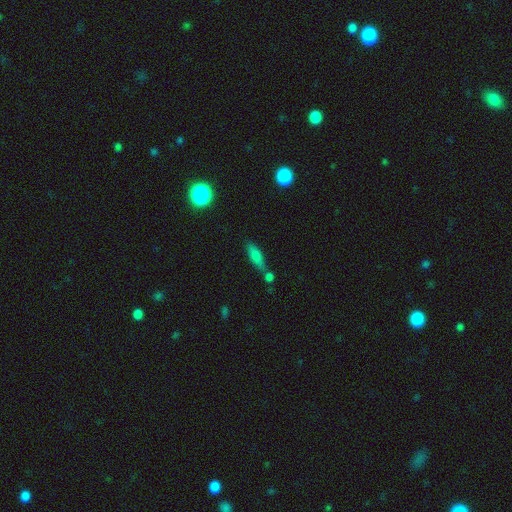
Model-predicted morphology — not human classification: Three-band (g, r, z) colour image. It shows a smooth galaxy with no disk features (69%) that is cigar-shaped (54%). Merging: none (56%).